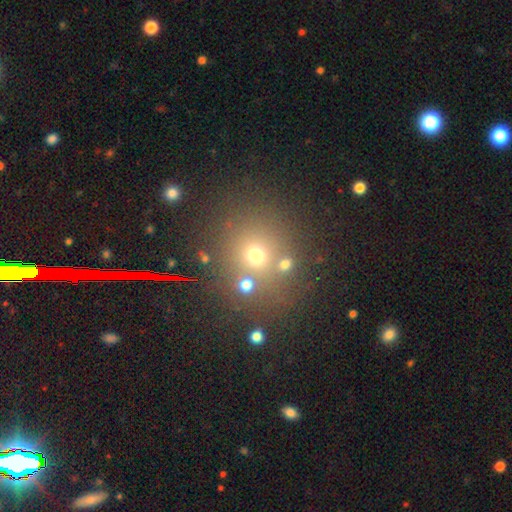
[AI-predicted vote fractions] Smooth or featured? Predicted: smooth (p=0.62). How rounded? Predicted: round (p=0.80). Merging? Predicted: none (p=0.69).